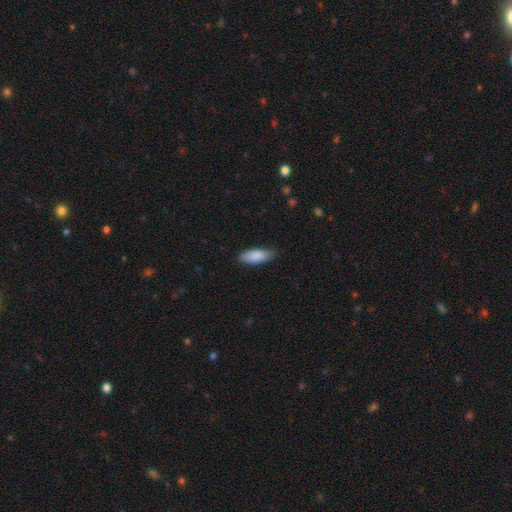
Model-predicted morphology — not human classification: This is clearly a smooth galaxy (88%). How rounded: likely in between (75%). Merging: clearly none (82%).